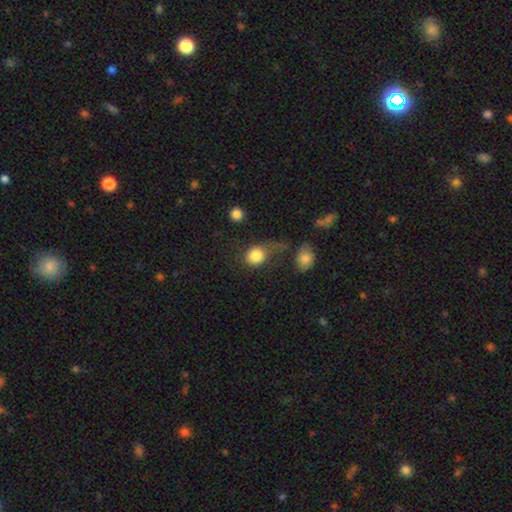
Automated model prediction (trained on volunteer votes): smooth_or_featured: smooth (p=0.83) [alt: star or artifact p=0.09]
how_rounded: round (p=0.74) [alt: in between p=0.24]
merging: none (p=0.45) [alt: minor disturbance p=0.21]